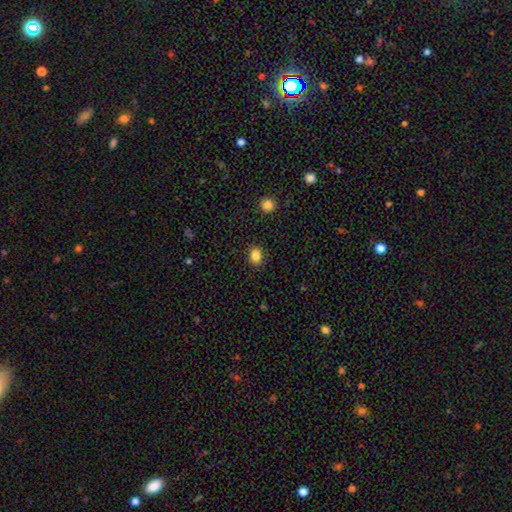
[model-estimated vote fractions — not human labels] smooth-or-featured: smooth: 85% | star or artifact: 10% | featured or disk: 5%
  how-rounded: round: 52% | in between: 47% | cigar-shaped: 1%
  merging: none: 89% | minor disturbance: 8% | major disturbance: 2% | merger: 1%